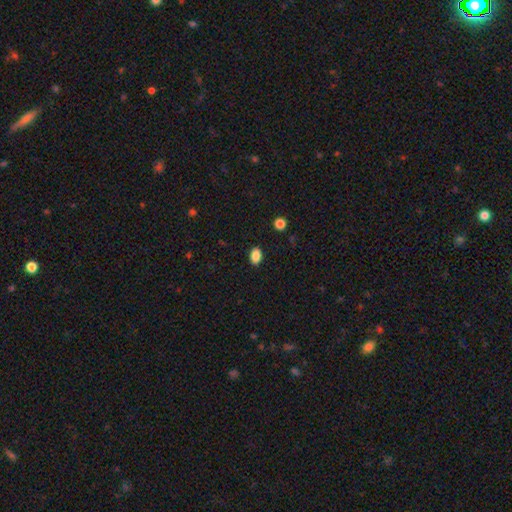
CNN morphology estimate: smooth-or-featured: smooth: 88% | star or artifact: 9% | featured or disk: 3%
  how-rounded: in between: 84% | round: 15% | cigar-shaped: 1%
  merging: none: 89% | minor disturbance: 8% | major disturbance: 2% | merger: 1%